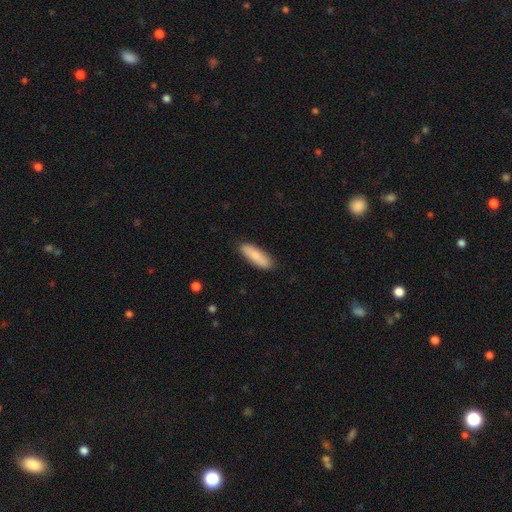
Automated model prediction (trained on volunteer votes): Smooth or featured? Predicted: smooth (p=0.79). How rounded? Predicted: in between (p=0.54). Merging? Predicted: none (p=0.88).